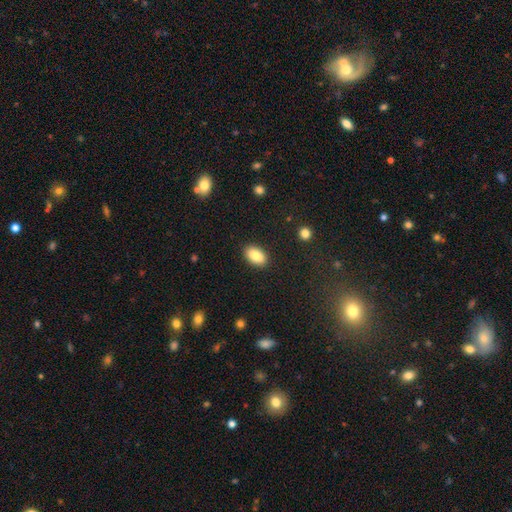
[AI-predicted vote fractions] The model was most divided on "smooth or featured": smooth: 85%, featured or disk: 7%, star or artifact: 7%. More confident: how rounded — in between (91%); merging — none (88%).